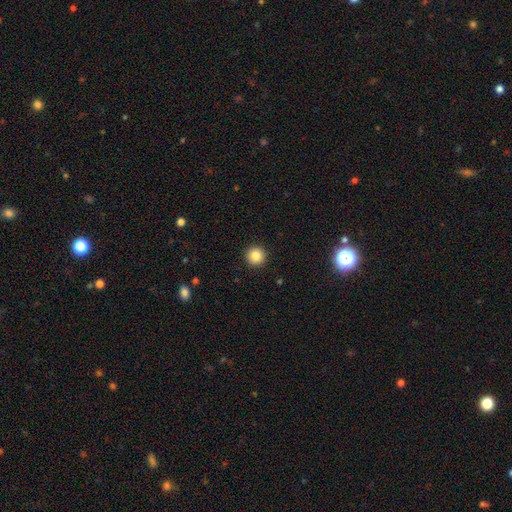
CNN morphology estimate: Smooth or featured? smooth (85%)
How rounded? round (96%)
Merging? none (93%)